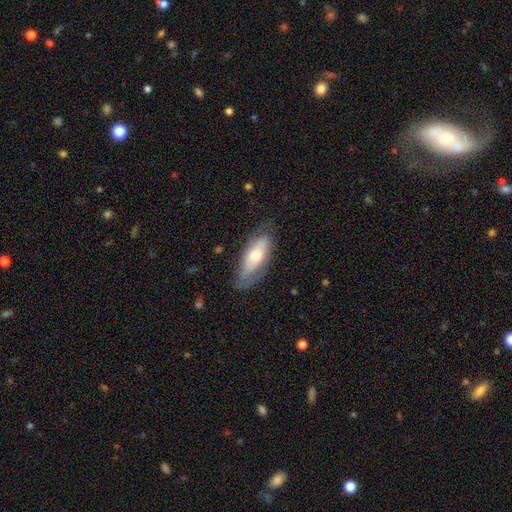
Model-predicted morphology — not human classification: A smooth galaxy with no disk features (57%) that is in between round and cigar-shaped (74%).

Vote fractions:
- Smooth or featured? smooth: 57% / featured or disk: 37% / star or artifact: 6%
- How rounded? in between: 74% / cigar-shaped: 23% / round: 3%
- Merging? none: 69% / minor disturbance: 22% / major disturbance: 8% / merger: 1%